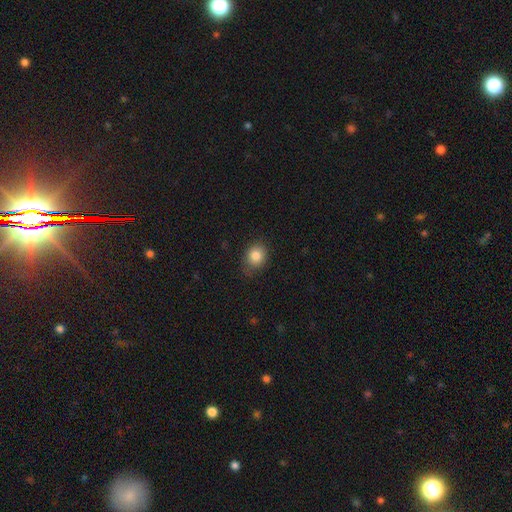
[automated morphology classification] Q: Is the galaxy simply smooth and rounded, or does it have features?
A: smooth — 84%.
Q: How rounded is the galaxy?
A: round — 62%.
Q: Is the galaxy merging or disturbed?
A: none — 77%.